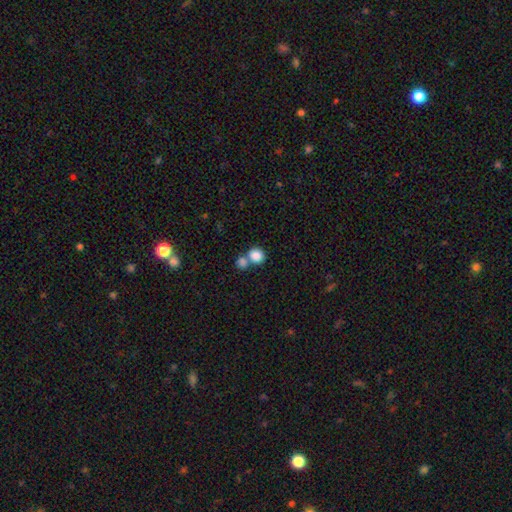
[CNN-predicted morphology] Smooth or featured? smooth (85%)
How rounded? round (80%)
Merging? none (45%)